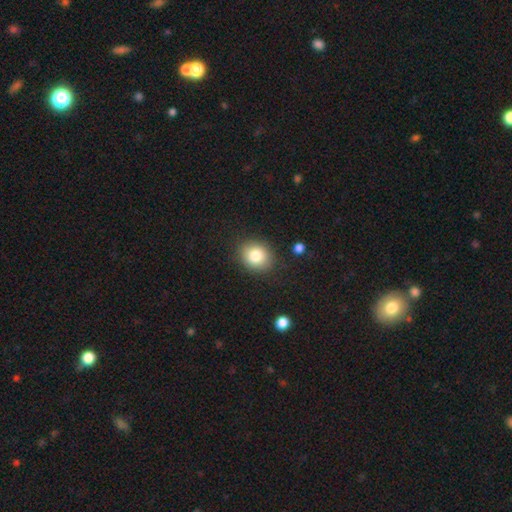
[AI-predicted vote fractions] Smooth or featured? smooth (81%)
How rounded? round (66%)
Merging? none (86%)